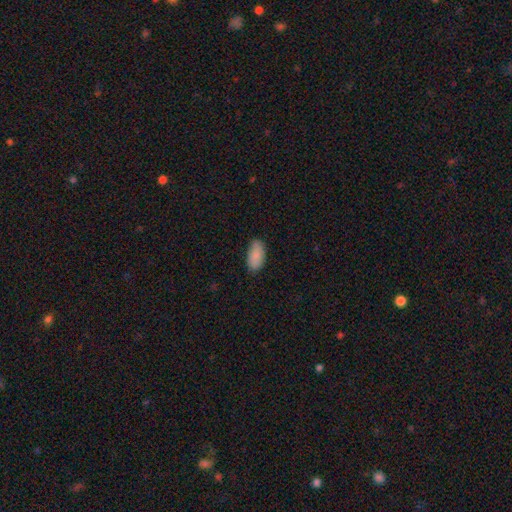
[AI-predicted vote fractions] Morphology: type=smooth (87%); roundness=in between (94%); merging=none (81%).